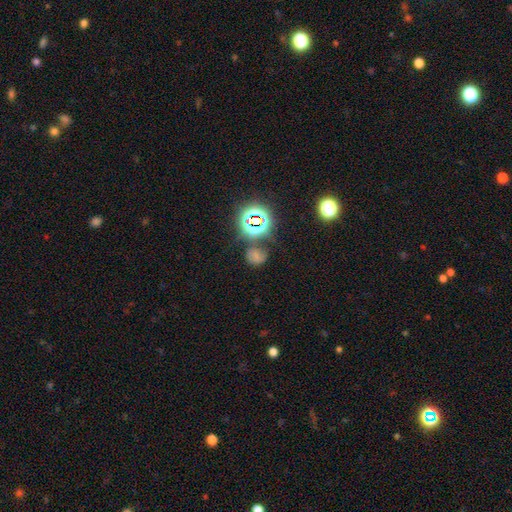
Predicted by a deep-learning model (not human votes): Overall: smooth (50%; star or artifact 36%). Merging: none (59%; minor disturbance 20%).